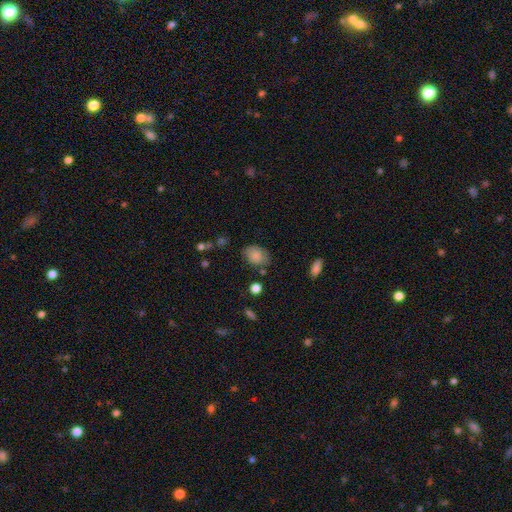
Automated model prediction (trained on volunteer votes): This is clearly a smooth galaxy (83%). How rounded: likely in between (73%). Merging: likely none (72%).